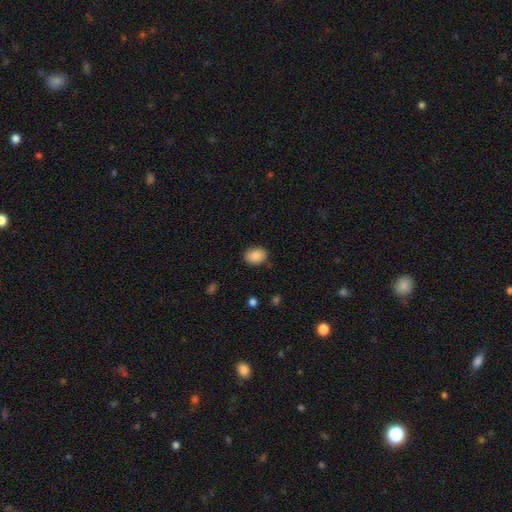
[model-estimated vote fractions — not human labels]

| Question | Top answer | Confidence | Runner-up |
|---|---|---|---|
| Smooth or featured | smooth | 88% | star or artifact (7%) |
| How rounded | in between | 69% | round (30%) |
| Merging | none | 85% | minor disturbance (11%) |